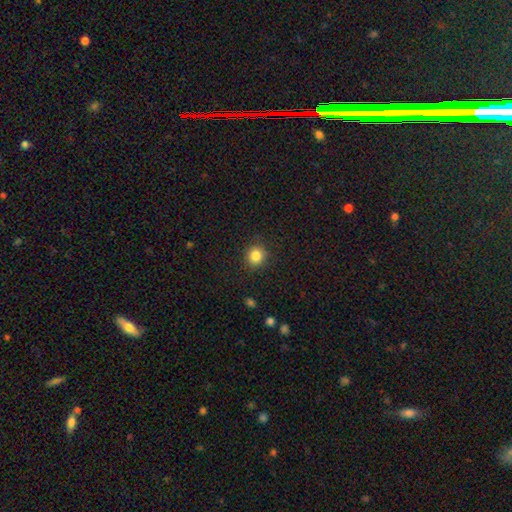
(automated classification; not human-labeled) This appears to be a smooth galaxy with no disk features (84%) that is round (92%). Merging: none (90%).